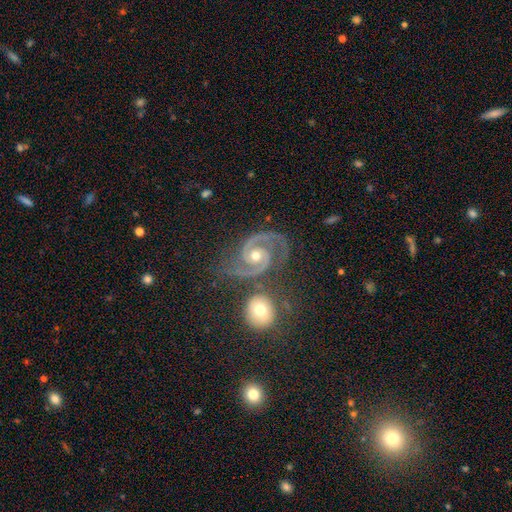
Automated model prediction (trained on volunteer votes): Smooth or featured? featured or disk (91%)
Edge-on disk? no (98%)
Bar? no (61%)
Spiral arms? yes (98%)
Spiral winding? medium (55%)
Spiral arm count? 2 (93%)
Bulge size? moderate (66%)
Merging? none (72%)